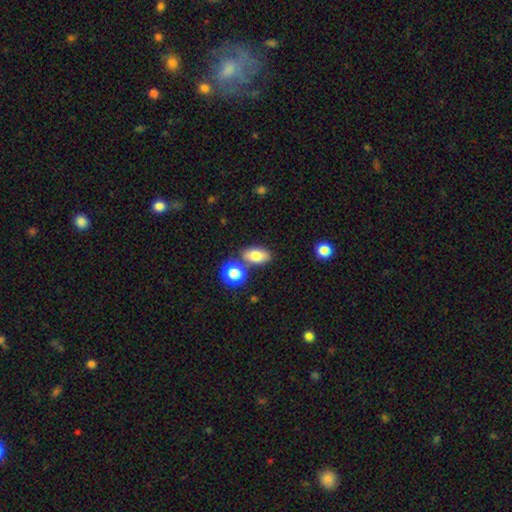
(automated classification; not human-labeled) smooth_or_featured: smooth (p=0.78) [alt: featured or disk p=0.12]
how_rounded: in between (p=0.86) [alt: round p=0.11]
merging: none (p=0.73) [alt: merger p=0.13]